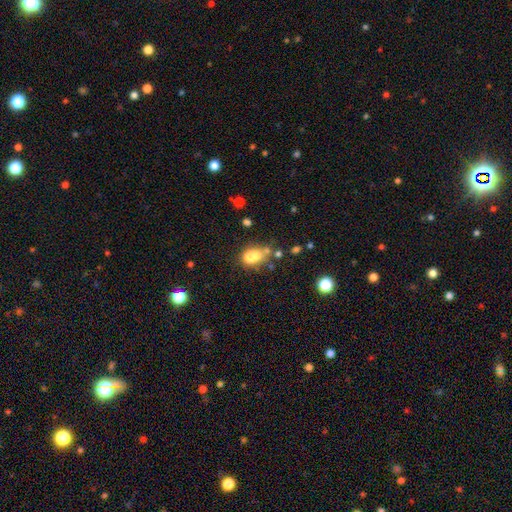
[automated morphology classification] The model was most divided on "merging": none: 38%, merger: 35%, minor disturbance: 17%, major disturbance: 11%. More confident: smooth or featured — smooth (69%); how rounded — in between (54%).